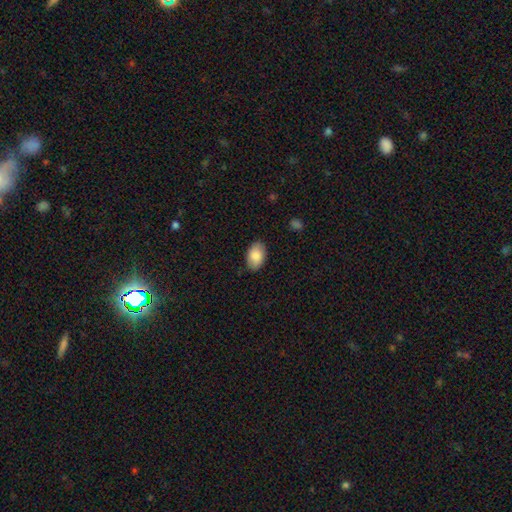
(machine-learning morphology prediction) Smooth or featured?
  - smooth: 86% *
  - featured or disk: 8%
  - star or artifact: 6%
How rounded?
  - in between: 92% *
  - round: 7%
  - cigar-shaped: 1%
Merging?
  - none: 85% *
  - minor disturbance: 12%
  - major disturbance: 2%
  - merger: 1%